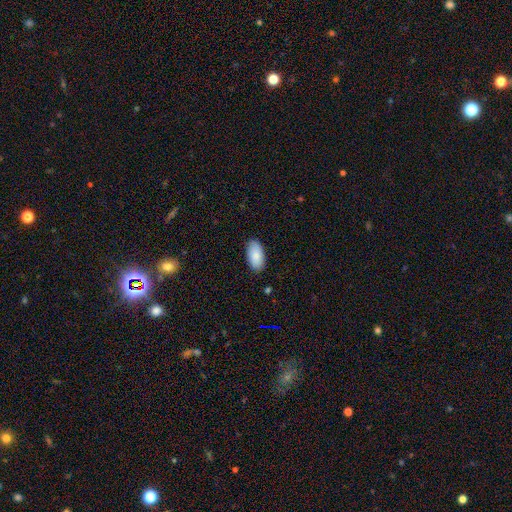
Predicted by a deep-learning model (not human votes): smooth 88%, star or artifact 6%, featured or disk 6%. Down the decision tree: how rounded — in between (95%); merging — none (87%).